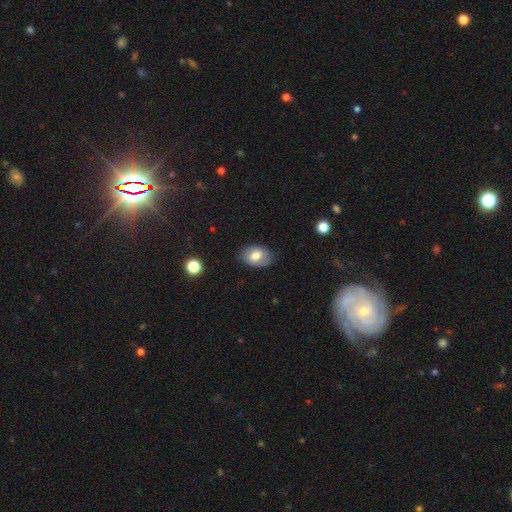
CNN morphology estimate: smooth-or-featured: smooth: 72% | featured or disk: 21% | star or artifact: 8%
  how-rounded: in between: 85% | round: 14% | cigar-shaped: 1%
  merging: none: 80% | minor disturbance: 15% | major disturbance: 4% | merger: 1%